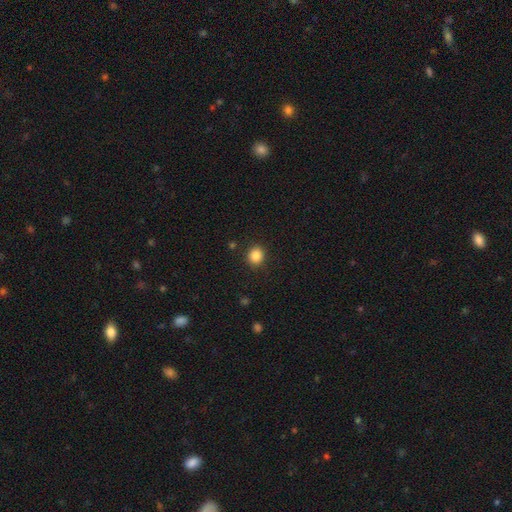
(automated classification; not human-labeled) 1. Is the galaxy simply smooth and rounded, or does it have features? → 85% smooth, 10% star or artifact, 5% featured or disk.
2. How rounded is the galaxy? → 82% round, 17% in between, 1% cigar-shaped.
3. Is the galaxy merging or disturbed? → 90% none, 6% minor disturbance, 2% major disturbance, 1% merger.